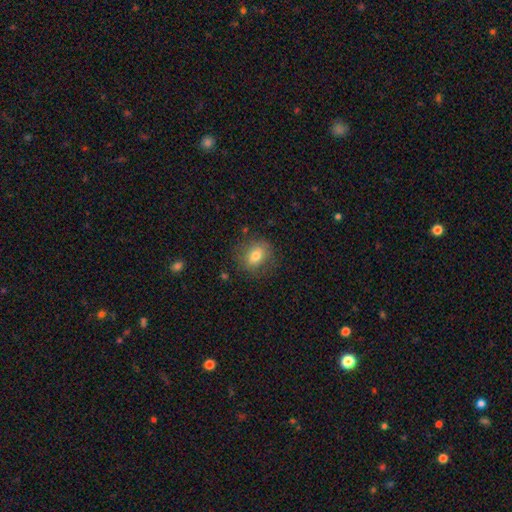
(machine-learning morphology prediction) Smooth or featured: smooth — 76% (featured or disk — 15%)
How rounded: in between — 51% (round — 47%)
Merging: none — 79% (minor disturbance — 15%)